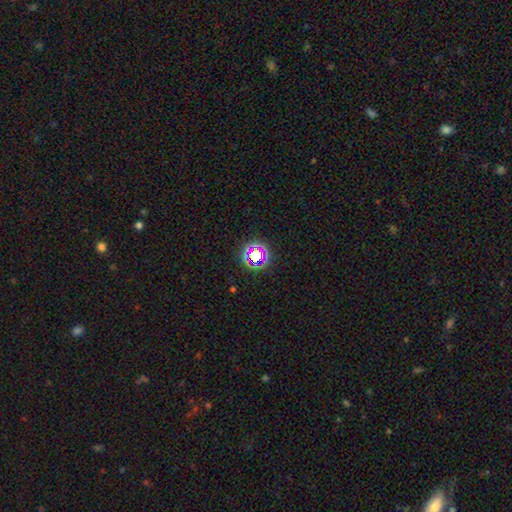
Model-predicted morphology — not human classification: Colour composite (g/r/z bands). It shows a star or artifact, not a galaxy (59%).